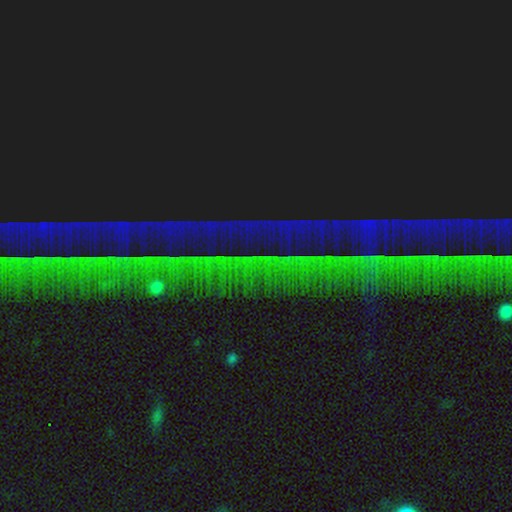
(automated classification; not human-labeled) Smooth or featured: star or artifact — 84% (featured or disk — 9%)